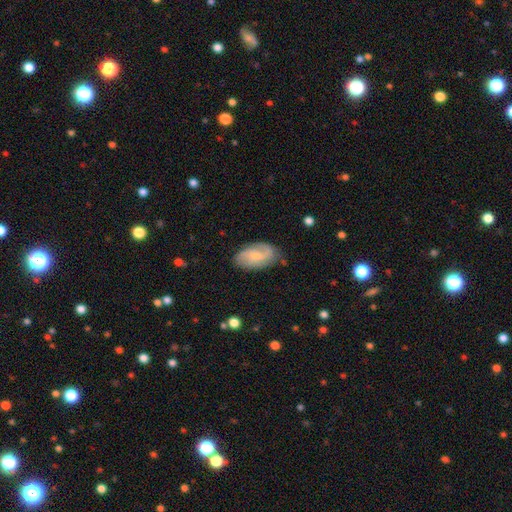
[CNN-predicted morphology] Q: Smooth or featured?
A: featured or disk (65%); runner-up: smooth (29%)
Q: Edge-on disk?
A: no (96%); runner-up: yes (4%)
Q: Bar?
A: weak (46%); runner-up: no (45%)
Q: Spiral arms?
A: yes (93%); runner-up: no (7%)
Q: Spiral winding?
A: medium (43%); runner-up: loose (37%)
Q: Spiral arm count?
A: 2 (78%); runner-up: can't tell (10%)
Q: Bulge size?
A: small (57%); runner-up: moderate (29%)
Q: Merging?
A: none (76%); runner-up: minor disturbance (18%)